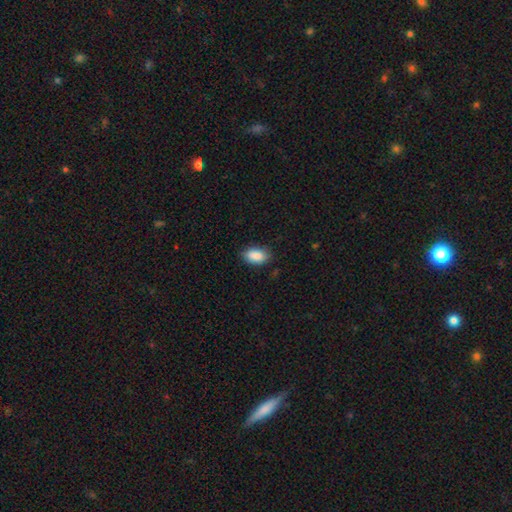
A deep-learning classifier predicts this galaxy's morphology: type=smooth (89%); roundness=in between (91%); merging=none (83%).